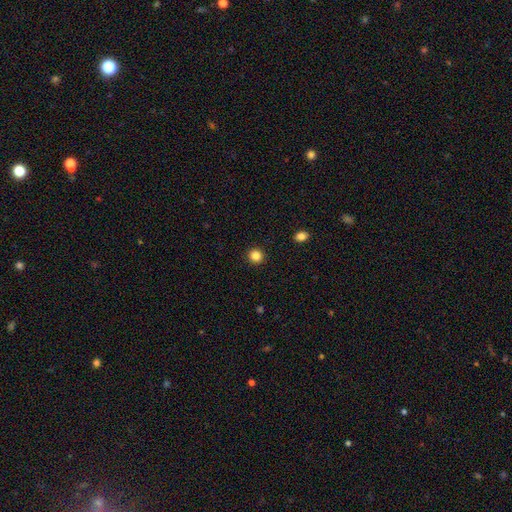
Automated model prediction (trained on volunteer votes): Smooth or featured? Predicted: smooth (p=0.85). How rounded? Predicted: round (p=0.92). Merging? Predicted: none (p=0.92).